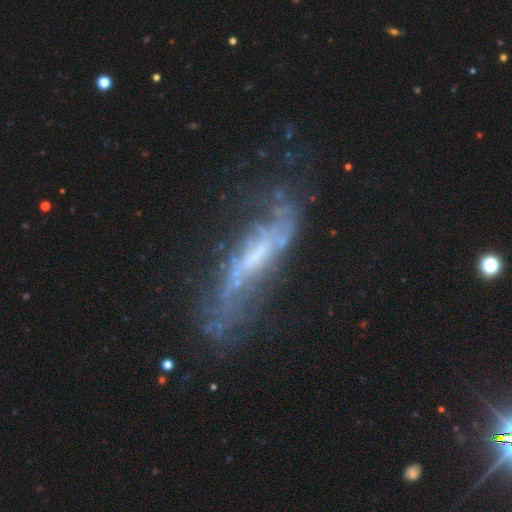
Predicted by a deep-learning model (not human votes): Overall: featured or disk (74%). Edge-on disk: no (65%; yes 35%). Merging: none (54%; minor disturbance 23%).